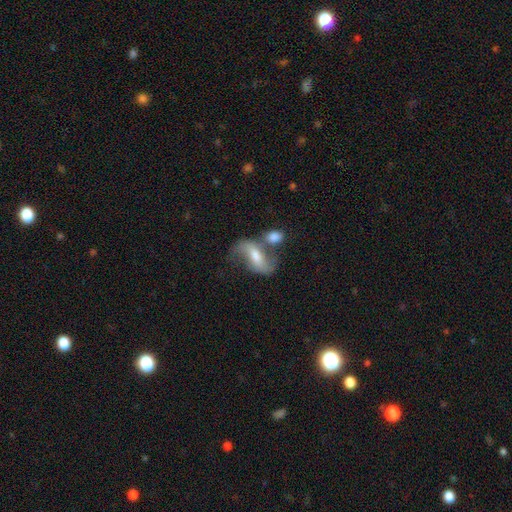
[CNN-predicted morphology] This is likely a featured or disk galaxy (66%). It is clearly not viewed edge-on (93%). Bar: marginally weak (41%). Spiral arm pattern: clearly yes (85%). Spiral arm count: clearly 2 (89%). Spiral winding: likely loose (72%). Central bulge: possibly moderate (57%). Merging: marginally none (38%, tied with merger).